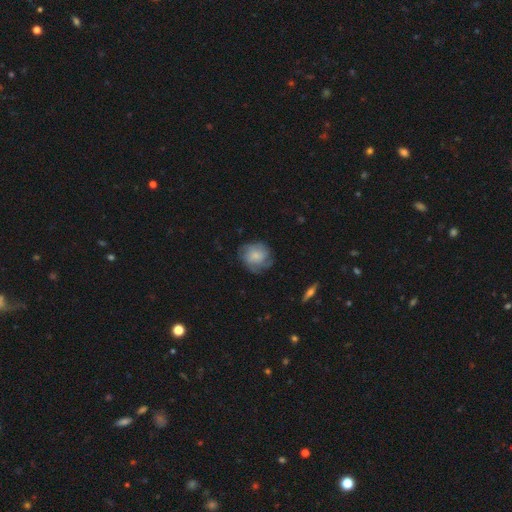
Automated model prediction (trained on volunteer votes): Morphology: type=featured or disk (47%); merging=none (67%).